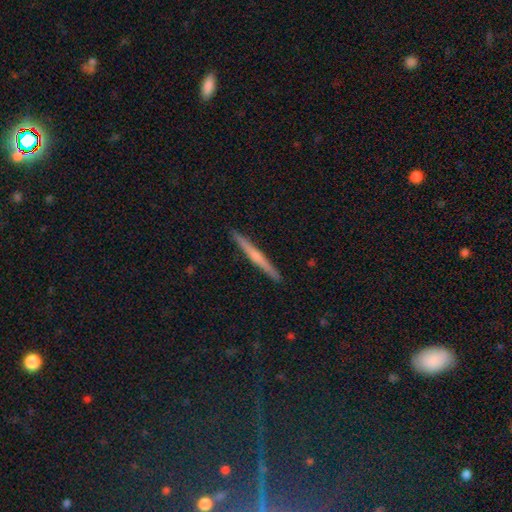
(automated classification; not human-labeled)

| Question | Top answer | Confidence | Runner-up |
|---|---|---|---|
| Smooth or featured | featured or disk | 57% | smooth (37%) |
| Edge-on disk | yes | 98% | no (2%) |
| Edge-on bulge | rounded | 48% | none (41%) |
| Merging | none | 92% | minor disturbance (5%) |